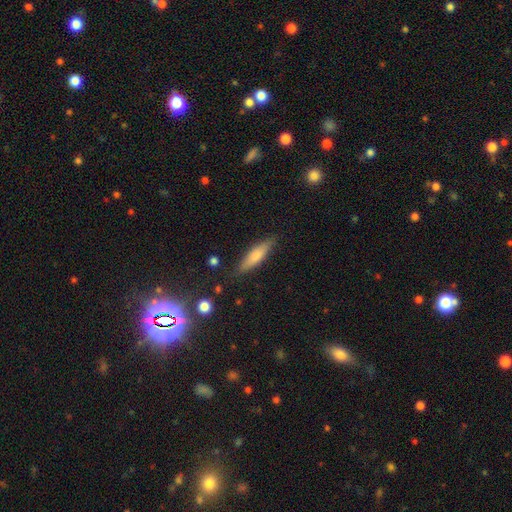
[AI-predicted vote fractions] This is likely a smooth galaxy (72%). How rounded: likely cigar-shaped (65%). Merging: clearly none (81%).